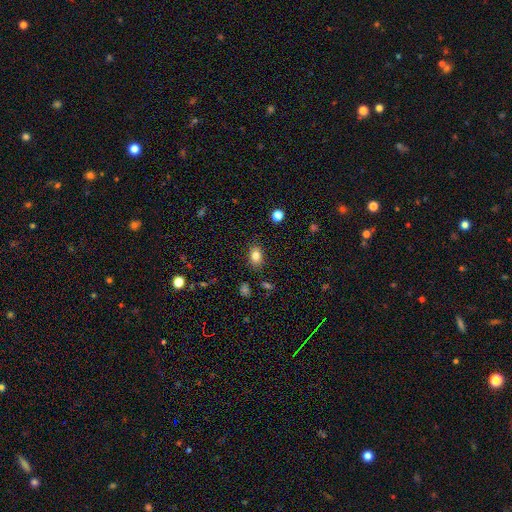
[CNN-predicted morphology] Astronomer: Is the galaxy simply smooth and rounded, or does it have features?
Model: smooth — 81%.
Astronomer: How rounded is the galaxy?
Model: in between — 75%.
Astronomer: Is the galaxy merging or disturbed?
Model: none — 85%.